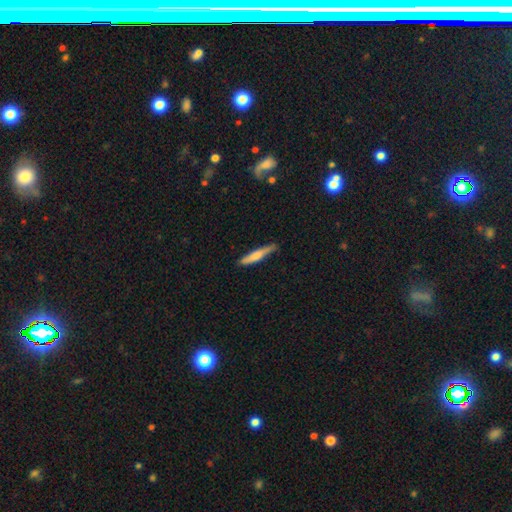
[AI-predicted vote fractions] Smooth or featured: smooth — 67% (featured or disk — 28%)
How rounded: cigar-shaped — 90% (in between — 8%)
Merging: none — 74% (minor disturbance — 21%)